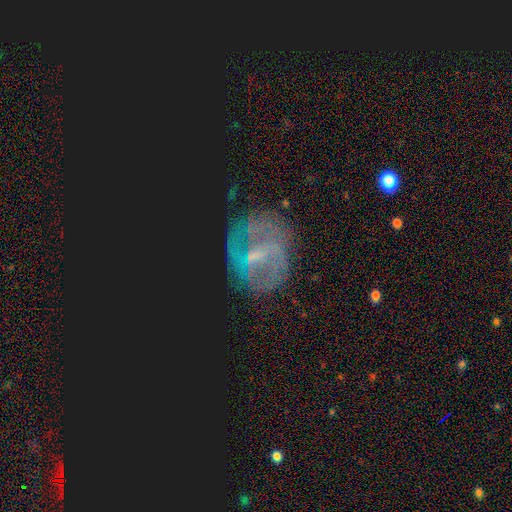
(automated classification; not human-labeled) Smooth or featured: featured or disk — 47% (star or artifact — 35%)
Merging: none — 71% (minor disturbance — 17%)